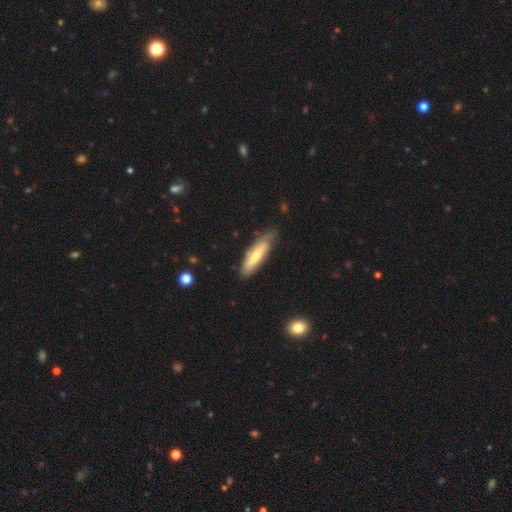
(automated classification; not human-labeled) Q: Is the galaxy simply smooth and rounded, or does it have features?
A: smooth — 60%.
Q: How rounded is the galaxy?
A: cigar-shaped — 61%.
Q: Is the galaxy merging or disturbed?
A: none — 61%.